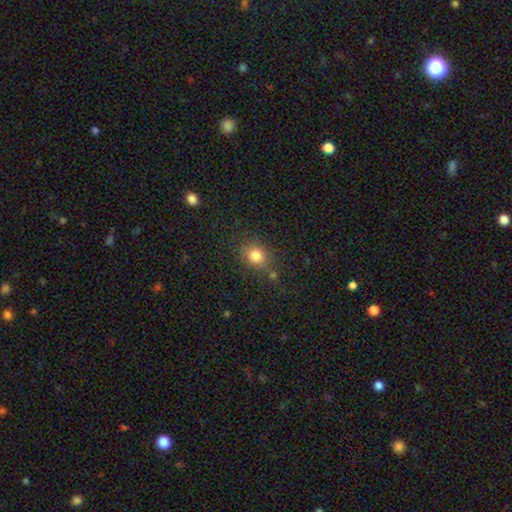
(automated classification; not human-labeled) This appears to be a smooth galaxy with no disk features (80%) that is round (74%). Merging: none (71%).